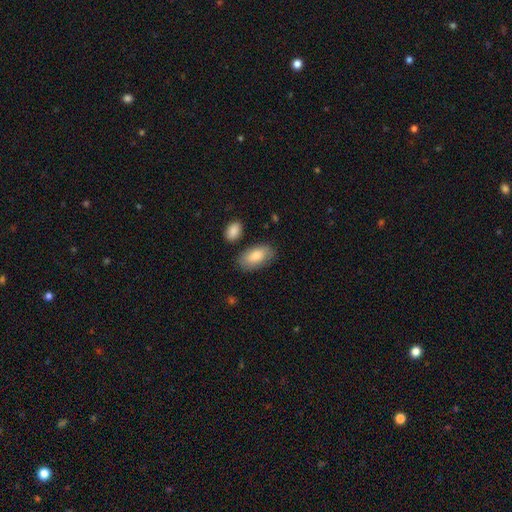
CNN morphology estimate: Overall: smooth (82%). How rounded: in between (94%). Merging: none (79%).